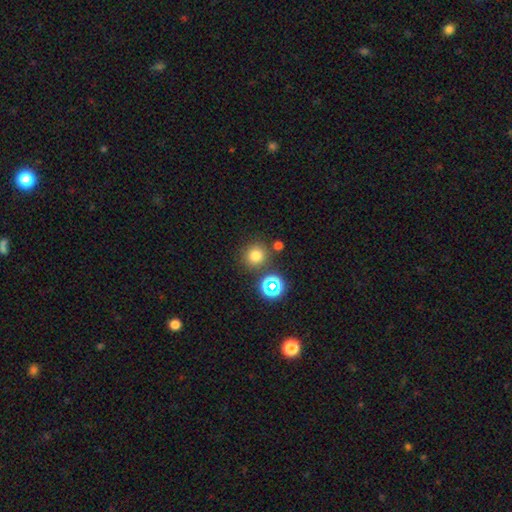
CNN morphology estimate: smooth_or_featured: smooth (p=0.74) [alt: star or artifact p=0.19]
how_rounded: round (p=0.90) [alt: in between p=0.09]
merging: none (p=0.80) [alt: minor disturbance p=0.09]